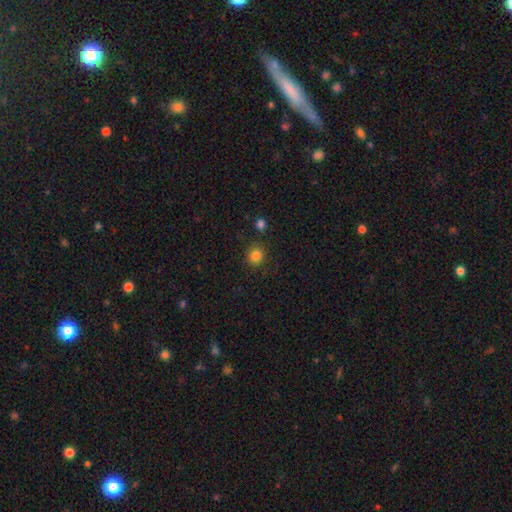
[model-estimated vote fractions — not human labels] A smooth galaxy with no disk features (84%) that is round (86%).

Vote fractions:
- Smooth or featured? smooth: 84% / star or artifact: 12% / featured or disk: 5%
- How rounded? round: 86% / in between: 13% / cigar-shaped: 1%
- Merging? none: 86% / minor disturbance: 8% / merger: 3% / major disturbance: 3%